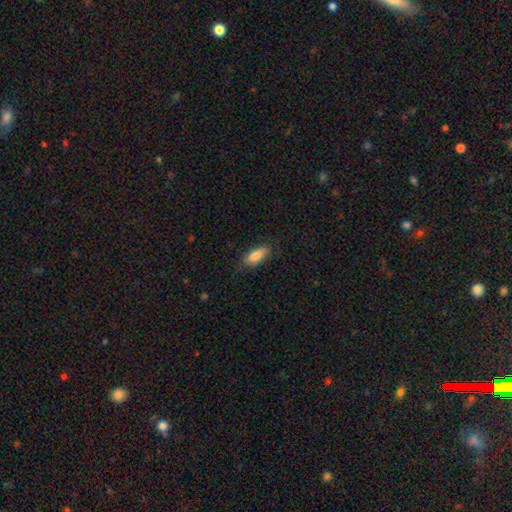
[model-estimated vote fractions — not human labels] Smooth or featured?
  - smooth: 85% *
  - featured or disk: 9%
  - star or artifact: 6%
How rounded?
  - in between: 79% *
  - cigar-shaped: 19%
  - round: 2%
Merging?
  - none: 80% *
  - minor disturbance: 15%
  - major disturbance: 3%
  - merger: 1%